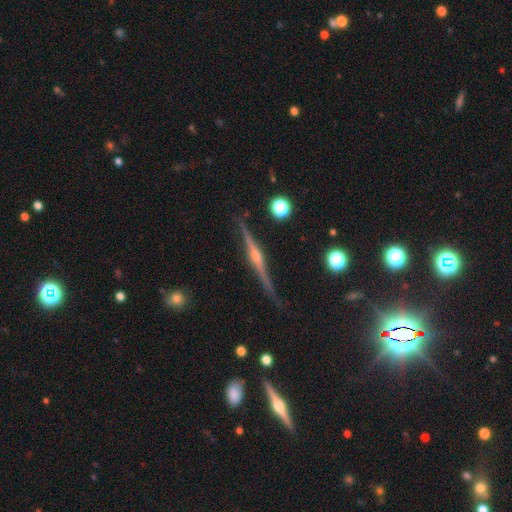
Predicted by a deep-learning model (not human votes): Overall: featured or disk (85%). Edge-on disk: yes (98%). Edge-on bulge: rounded (85%). Merging: none (88%).